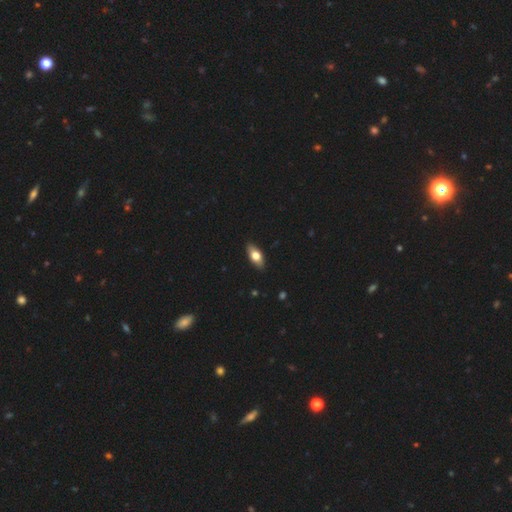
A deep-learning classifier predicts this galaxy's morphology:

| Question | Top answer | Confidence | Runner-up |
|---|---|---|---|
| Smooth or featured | smooth | 70% | featured or disk (24%) |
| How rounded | in between | 85% | cigar-shaped (12%) |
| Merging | none | 89% | minor disturbance (9%) |